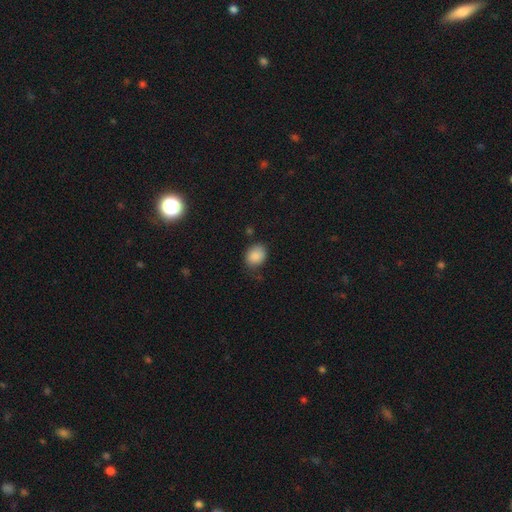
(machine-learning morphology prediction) This is clearly a smooth galaxy (87%). How rounded: possibly in between (50%). Merging: likely none (71%).